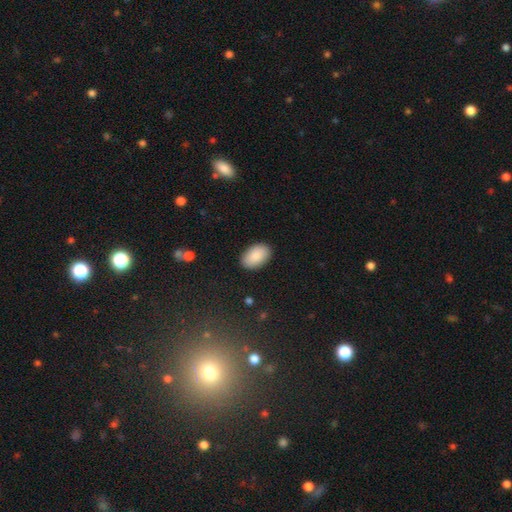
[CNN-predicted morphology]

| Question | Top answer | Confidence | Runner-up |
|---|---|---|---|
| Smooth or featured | smooth | 88% | star or artifact (6%) |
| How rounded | in between | 94% | round (5%) |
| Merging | none | 88% | minor disturbance (8%) |